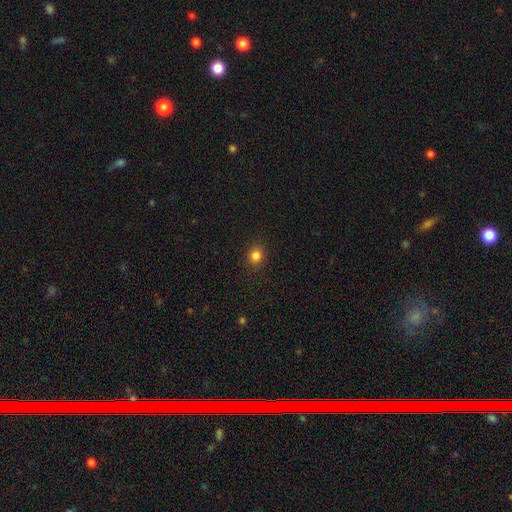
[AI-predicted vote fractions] The model was most divided on "how rounded": round: 80%, in between: 19%, cigar-shaped: 1%. More confident: merging — none (89%); smooth or featured — smooth (83%).